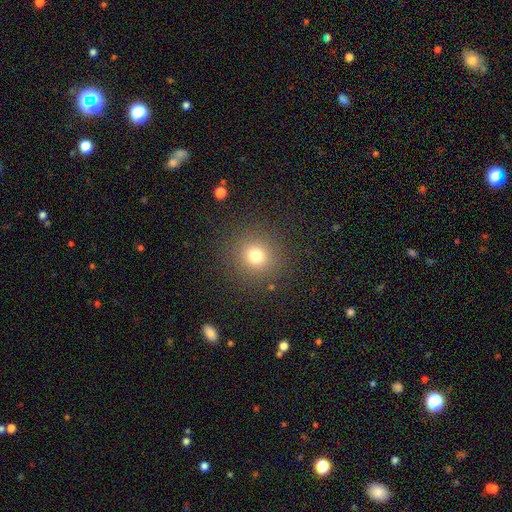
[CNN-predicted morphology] A smooth galaxy with no disk features (75%) that is round (92%). Merging: none (88%).